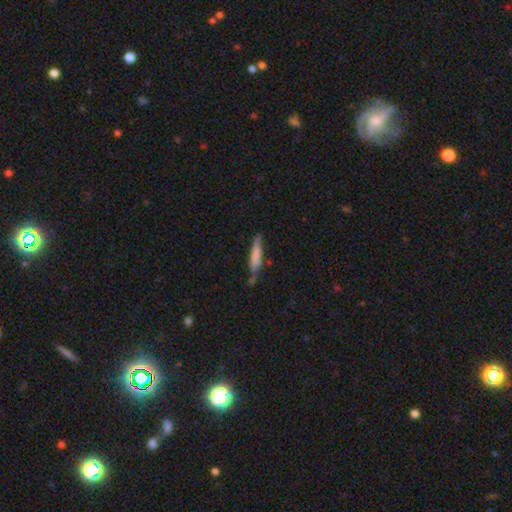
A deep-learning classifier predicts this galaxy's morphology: Smooth or featured: smooth — 71% (featured or disk — 23%)
How rounded: cigar-shaped — 84% (in between — 14%)
Merging: none — 55% (minor disturbance — 27%)